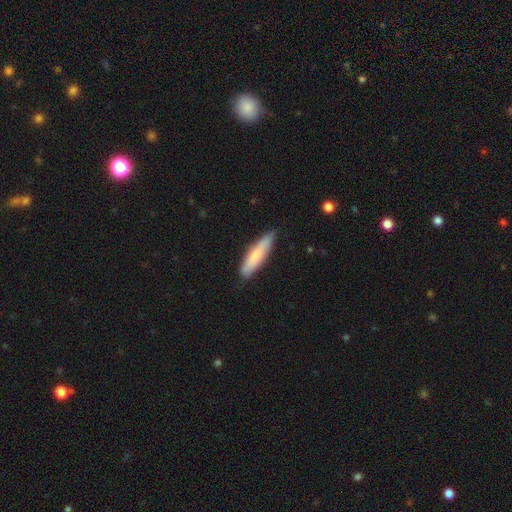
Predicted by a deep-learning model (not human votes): smooth 75%, featured or disk 20%, star or artifact 5%. Down the decision tree: how rounded — cigar-shaped (76%); merging — none (82%).